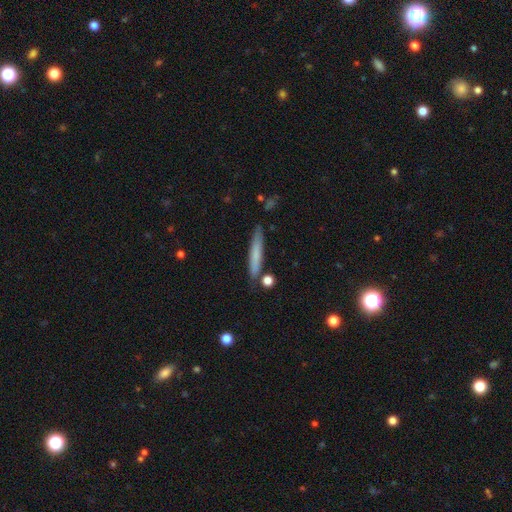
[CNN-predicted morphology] smooth_or_featured: smooth (p=0.70) [alt: featured or disk p=0.23]
how_rounded: cigar-shaped (p=0.93) [alt: in between p=0.05]
merging: none (p=0.82) [alt: minor disturbance p=0.12]